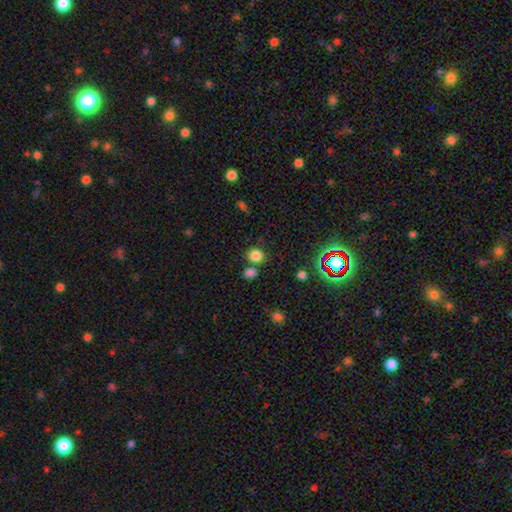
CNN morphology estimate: This is clearly a smooth galaxy (80%). How rounded: likely round (74%). Merging: likely none (66%).